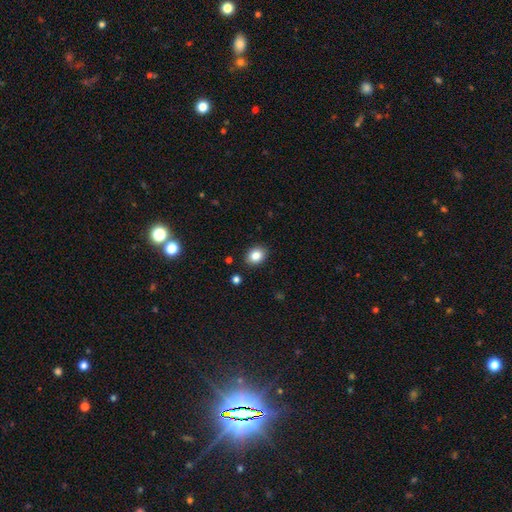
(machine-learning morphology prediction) smooth-or-featured: smooth: 85% | star or artifact: 9% | featured or disk: 5%
  how-rounded: in between: 58% | round: 42% | cigar-shaped: 1%
  merging: none: 88% | minor disturbance: 8% | major disturbance: 2% | merger: 2%